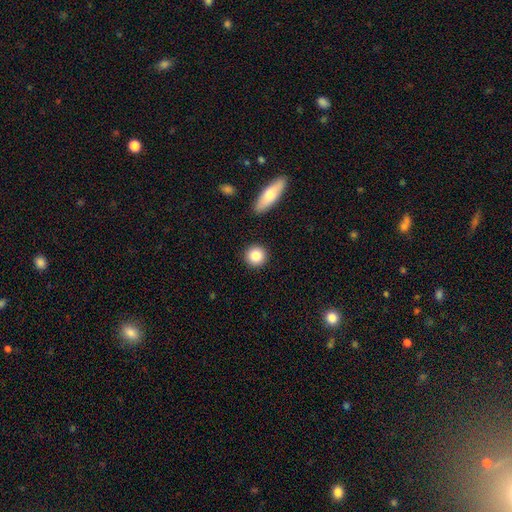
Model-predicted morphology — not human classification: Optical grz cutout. It shows a smooth galaxy with no disk features (85%) that is round (92%). Merging: none (90%).